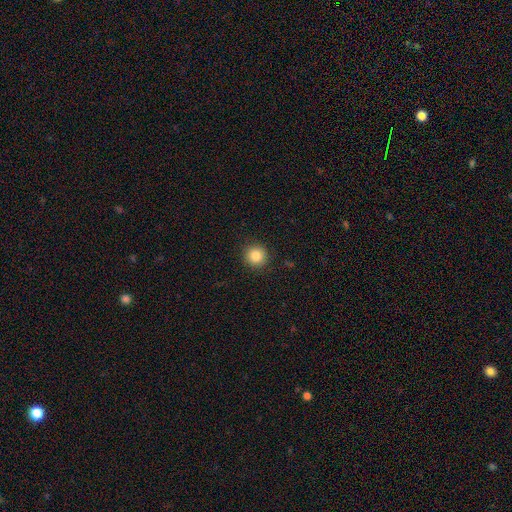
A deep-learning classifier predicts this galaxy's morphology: Smooth or featured? Predicted: smooth (p=0.85). How rounded? Predicted: round (p=0.94). Merging? Predicted: none (p=0.91).